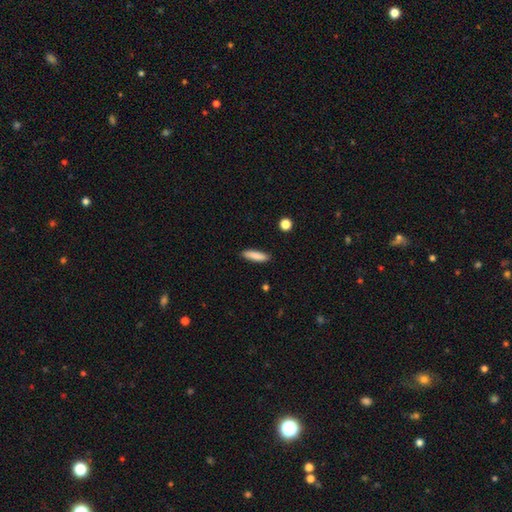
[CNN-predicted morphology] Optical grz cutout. It shows a smooth galaxy with no disk features (87%) that is cigar-shaped (69%). Merging: none (89%).